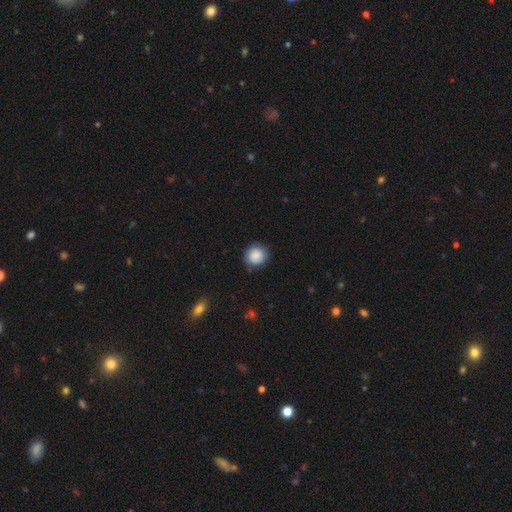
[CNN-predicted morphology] Q: Smooth or featured?
A: smooth (87%); runner-up: star or artifact (8%)
Q: How rounded?
A: round (86%); runner-up: in between (13%)
Q: Merging?
A: none (85%); runner-up: minor disturbance (12%)